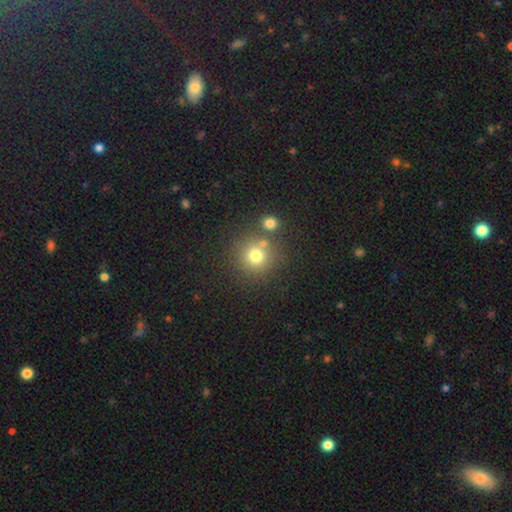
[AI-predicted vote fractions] This appears to be a smooth galaxy with no disk features (74%) that is round (92%). Merging: none (72%).